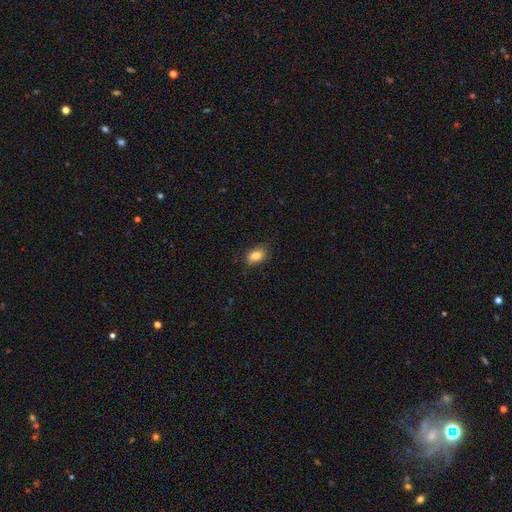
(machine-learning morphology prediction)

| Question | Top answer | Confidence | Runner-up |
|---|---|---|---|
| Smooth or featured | smooth | 83% | star or artifact (9%) |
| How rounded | in between | 81% | round (18%) |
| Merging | none | 82% | minor disturbance (15%) |